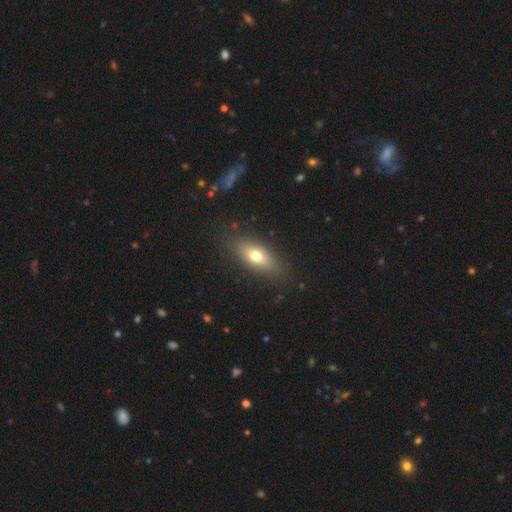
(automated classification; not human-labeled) Smooth or featured? smooth (71%)
How rounded? in between (76%)
Merging? none (84%)